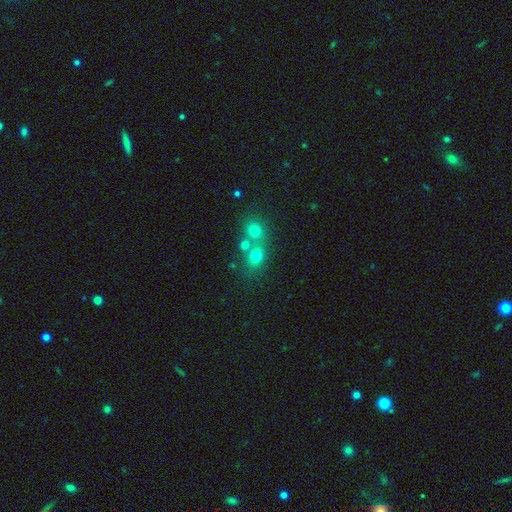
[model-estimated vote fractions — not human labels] Smooth or featured? smooth (71%)
How rounded? round (60%)
Merging? merger (44%)